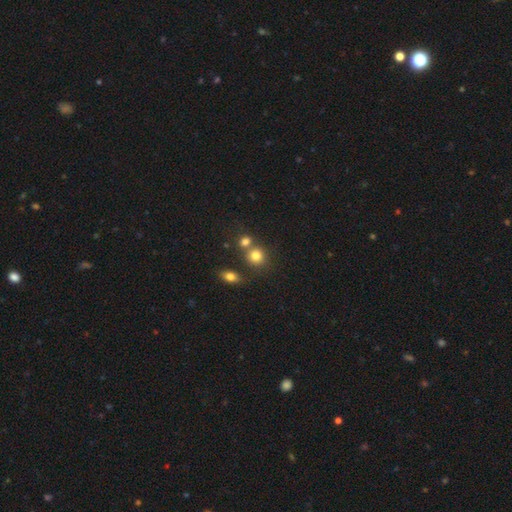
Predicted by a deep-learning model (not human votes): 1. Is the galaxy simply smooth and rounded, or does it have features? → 79% smooth, 13% star or artifact, 8% featured or disk.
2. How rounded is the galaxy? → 81% round, 18% in between, 1% cigar-shaped.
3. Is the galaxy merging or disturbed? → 57% none, 30% merger, 9% minor disturbance, 4% major disturbance.